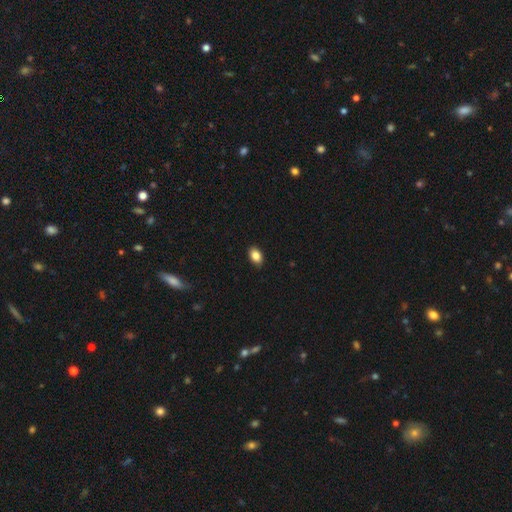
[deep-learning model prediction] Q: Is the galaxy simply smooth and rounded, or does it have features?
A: smooth — 86%.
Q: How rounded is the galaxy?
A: in between — 84%.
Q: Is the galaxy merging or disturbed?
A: none — 89%.